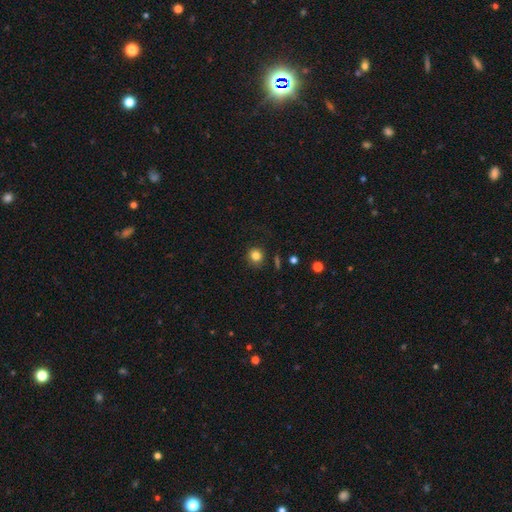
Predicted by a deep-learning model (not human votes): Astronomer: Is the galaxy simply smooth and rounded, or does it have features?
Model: smooth — 83%.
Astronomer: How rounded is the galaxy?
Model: round — 88%.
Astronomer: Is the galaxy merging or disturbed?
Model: none — 83%.